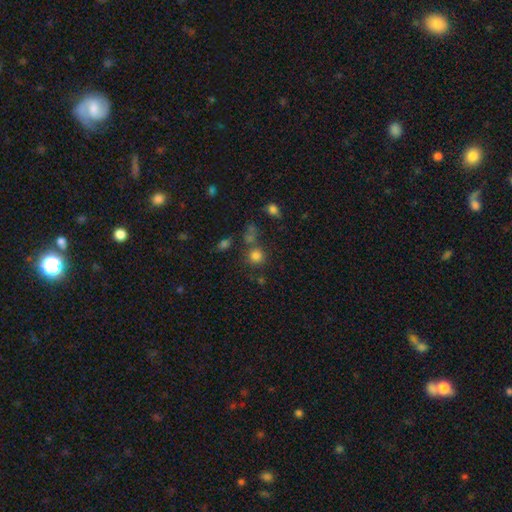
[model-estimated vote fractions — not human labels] Smooth or featured?
  - smooth: 77% *
  - star or artifact: 16%
  - featured or disk: 7%
How rounded?
  - round: 89% *
  - in between: 10%
  - cigar-shaped: 1%
Merging?
  - none: 69% *
  - merger: 16%
  - minor disturbance: 11%
  - major disturbance: 5%